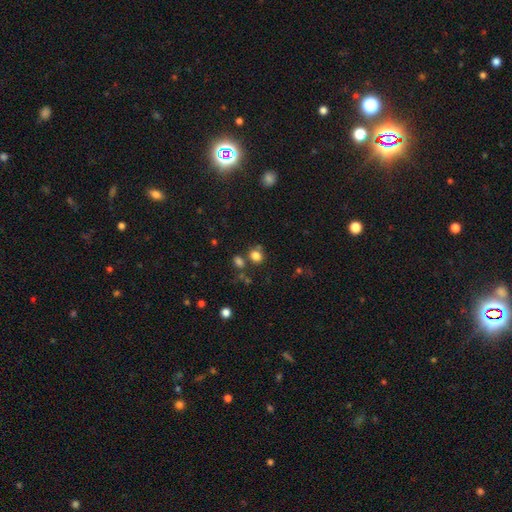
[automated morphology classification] smooth_or_featured: smooth (p=0.80) [alt: star or artifact p=0.15]
how_rounded: round (p=0.68) [alt: in between p=0.31]
merging: none (p=0.68) [alt: merger p=0.16]